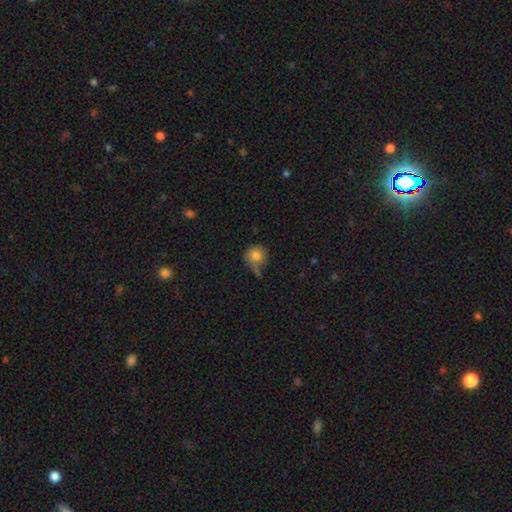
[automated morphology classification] Smooth or featured? Predicted: smooth (p=0.81). How rounded? Predicted: round (p=0.90). Merging? Predicted: none (p=0.54).